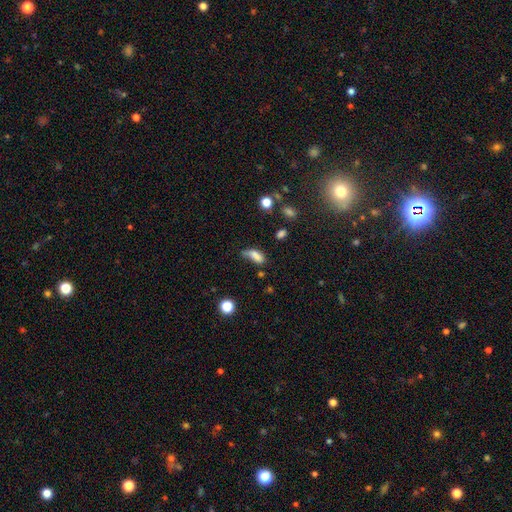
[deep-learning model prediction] smooth 74%, featured or disk 14%, star or artifact 11%. Down the decision tree: how rounded — in between (77%); merging — minor disturbance (34%).